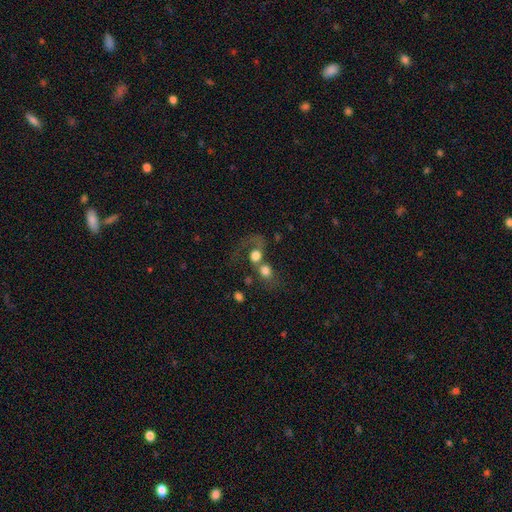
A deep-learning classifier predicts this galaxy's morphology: Smooth or featured?
  - smooth: 59% *
  - featured or disk: 30%
  - star or artifact: 11%
How rounded?
  - round: 68% *
  - in between: 31%
  - cigar-shaped: 2%
Merging?
  - merger: 62% *
  - major disturbance: 17%
  - none: 14%
  - minor disturbance: 6%